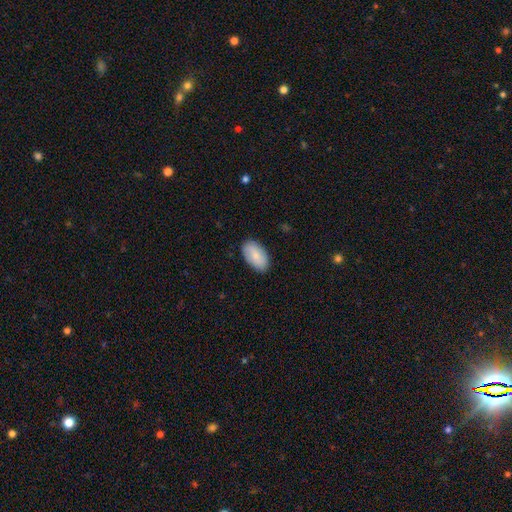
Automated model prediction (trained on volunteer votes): Smooth or featured?
  - smooth: 84% *
  - featured or disk: 10%
  - star or artifact: 6%
How rounded?
  - in between: 95% *
  - round: 3%
  - cigar-shaped: 2%
Merging?
  - none: 87% *
  - minor disturbance: 10%
  - major disturbance: 2%
  - merger: 1%